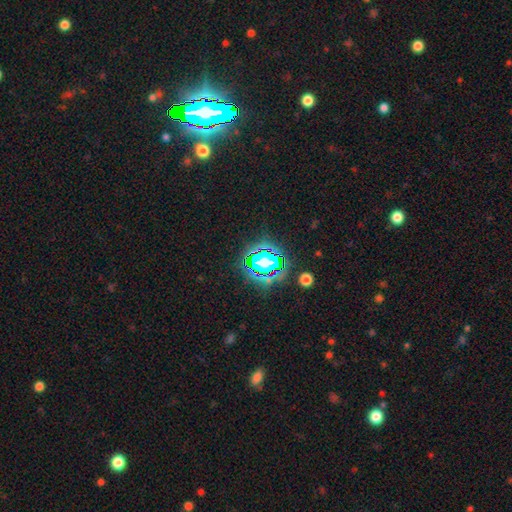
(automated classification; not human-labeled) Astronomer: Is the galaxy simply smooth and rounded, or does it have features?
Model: star or artifact — 69%.